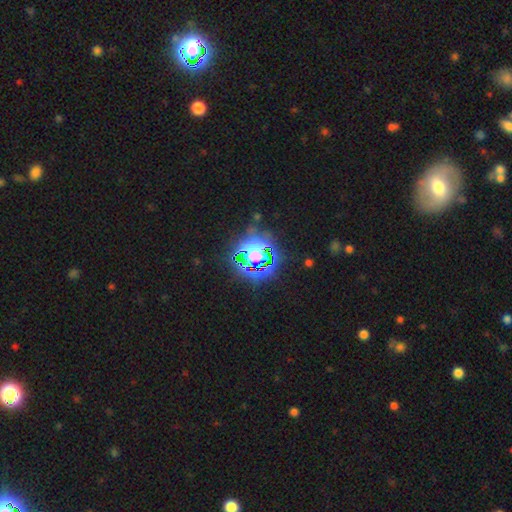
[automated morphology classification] Q: Smooth or featured?
A: star or artifact (67%); runner-up: smooth (20%)